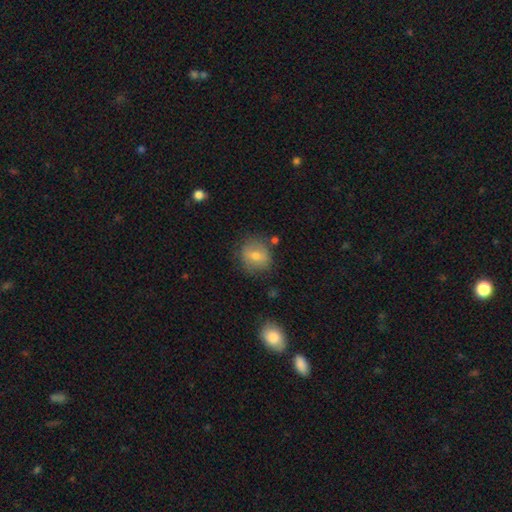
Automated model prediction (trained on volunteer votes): smooth-or-featured: smooth: 65% | featured or disk: 25% | star or artifact: 10%
  how-rounded: round: 76% | in between: 23% | cigar-shaped: 1%
  merging: none: 77% | minor disturbance: 15% | major disturbance: 4% | merger: 3%